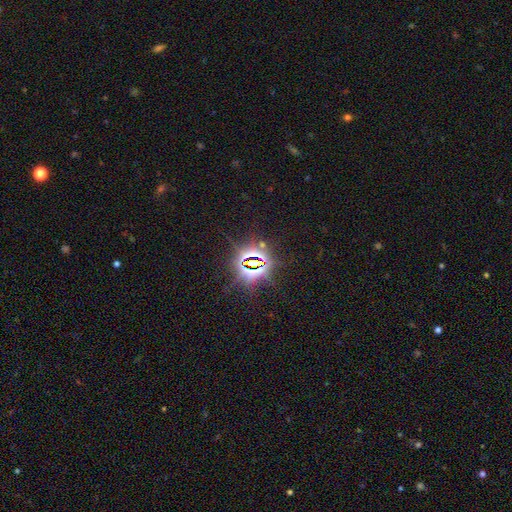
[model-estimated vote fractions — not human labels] Smooth or featured? Predicted: star or artifact (p=0.85).